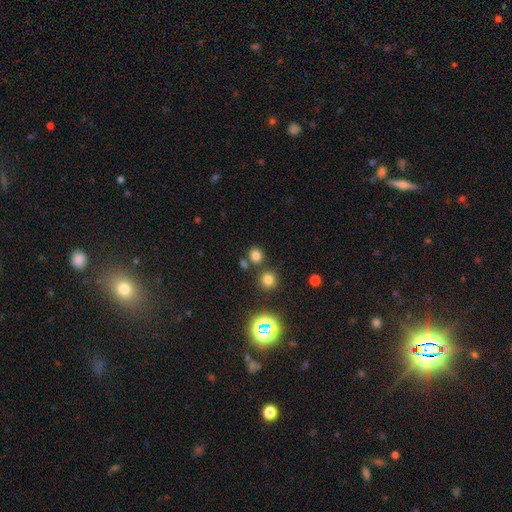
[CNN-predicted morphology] This appears to be a smooth galaxy with no disk features (74%) that is round (86%). Merging: none (76%).